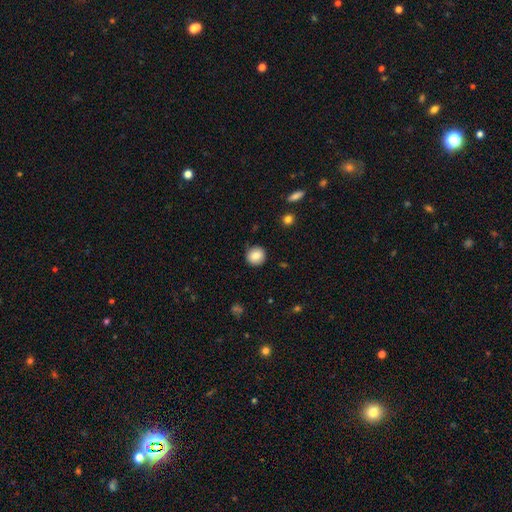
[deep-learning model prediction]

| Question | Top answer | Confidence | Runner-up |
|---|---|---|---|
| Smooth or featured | smooth | 84% | star or artifact (9%) |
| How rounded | round | 93% | in between (6%) |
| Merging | none | 90% | minor disturbance (7%) |